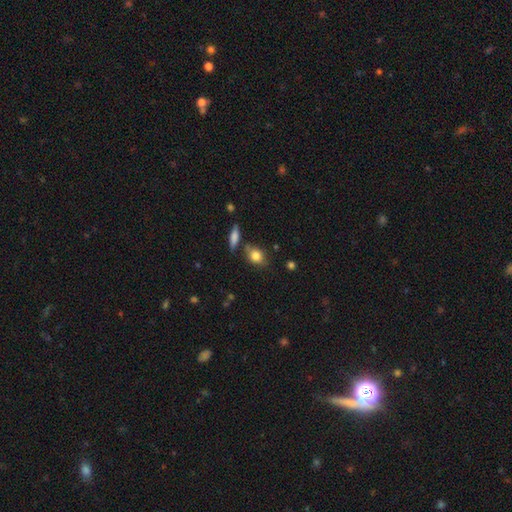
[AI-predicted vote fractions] Morphology: type=smooth (81%); roundness=in between (54%); merging=none (67%).